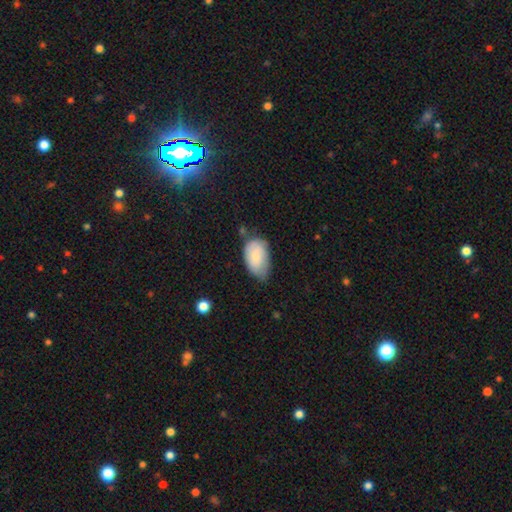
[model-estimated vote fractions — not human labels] A smooth galaxy with no disk features (77%) that is in between round and cigar-shaped (94%).

Vote fractions:
- Smooth or featured? smooth: 77% / featured or disk: 16% / star or artifact: 6%
- How rounded? in between: 94% / round: 5% / cigar-shaped: 2%
- Merging? none: 44% / minor disturbance: 42% / major disturbance: 10% / merger: 4%